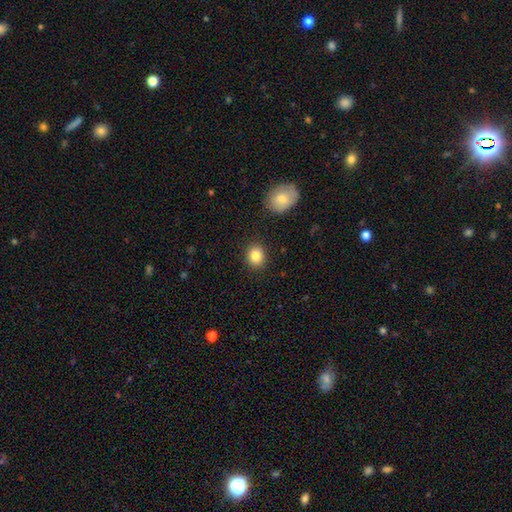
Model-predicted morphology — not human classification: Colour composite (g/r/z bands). It shows a smooth galaxy with no disk features (85%) that is round (64%). Merging: none (88%).